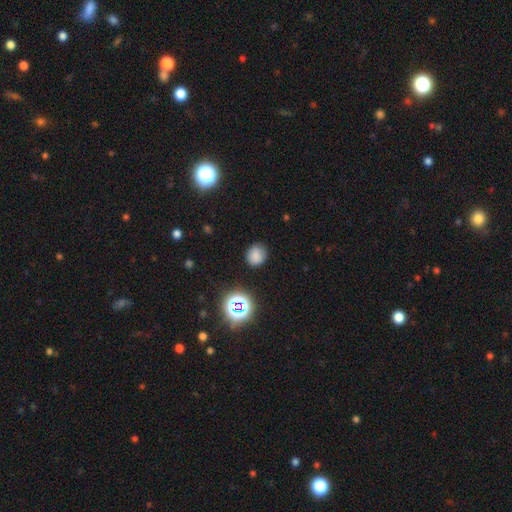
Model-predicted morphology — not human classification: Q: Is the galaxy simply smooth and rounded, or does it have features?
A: smooth — 78%.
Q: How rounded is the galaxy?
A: round — 76%.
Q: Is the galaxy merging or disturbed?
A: none — 84%.